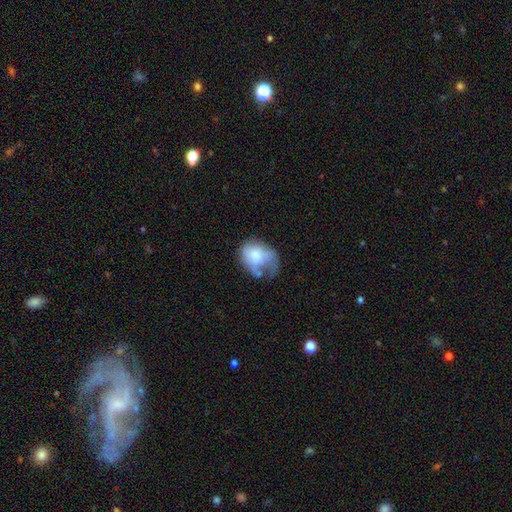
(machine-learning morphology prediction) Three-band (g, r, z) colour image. It shows a smooth galaxy with no disk features (60%) that is in between round and cigar-shaped (65%). Merging: major disturbance (38%).